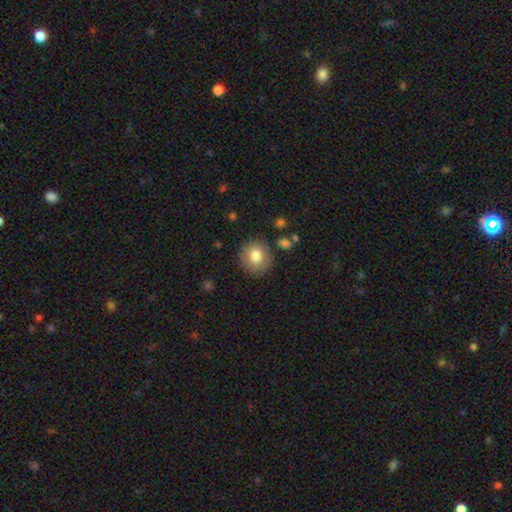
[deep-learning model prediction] Smooth or featured?
  - smooth: 81% *
  - featured or disk: 10%
  - star or artifact: 9%
How rounded?
  - round: 86% *
  - in between: 13%
  - cigar-shaped: 1%
Merging?
  - none: 84% *
  - minor disturbance: 10%
  - major disturbance: 3%
  - merger: 2%